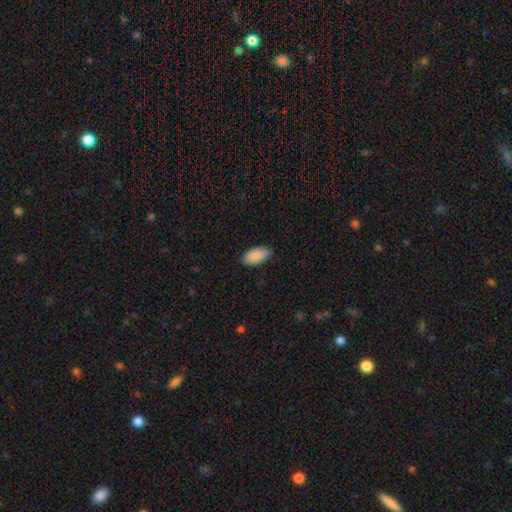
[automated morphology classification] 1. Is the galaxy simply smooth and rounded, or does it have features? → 89% smooth, 6% star or artifact, 5% featured or disk.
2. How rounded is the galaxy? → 94% in between, 4% cigar-shaped, 2% round.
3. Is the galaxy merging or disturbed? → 81% none, 16% minor disturbance, 2% major disturbance, 1% merger.